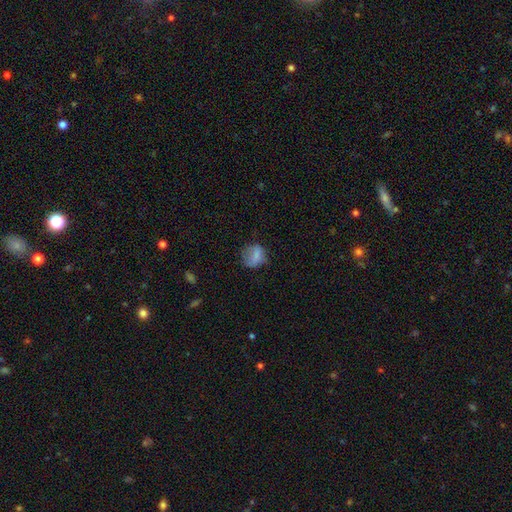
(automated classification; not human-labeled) Overall: smooth (71%). How rounded: round (59%; in between 39%). Merging: none (56%; minor disturbance 27%).